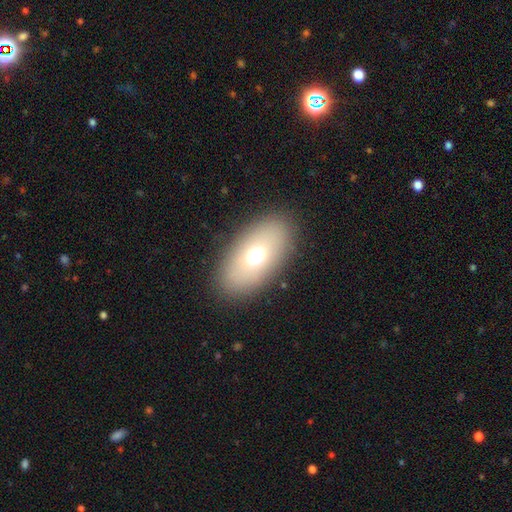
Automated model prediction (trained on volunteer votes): smooth_or_featured: smooth (p=0.65) [alt: featured or disk p=0.22]
how_rounded: in between (p=0.86) [alt: round p=0.10]
merging: none (p=0.86) [alt: minor disturbance p=0.08]